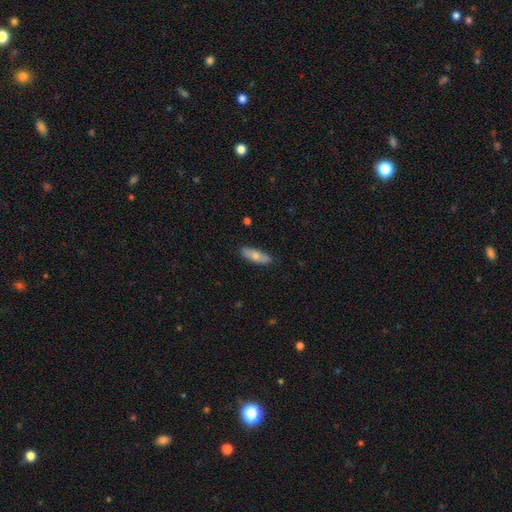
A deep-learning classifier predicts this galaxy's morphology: smooth 71%, featured or disk 23%, star or artifact 6%. Down the decision tree: how rounded — in between (52%); merging — none (84%).